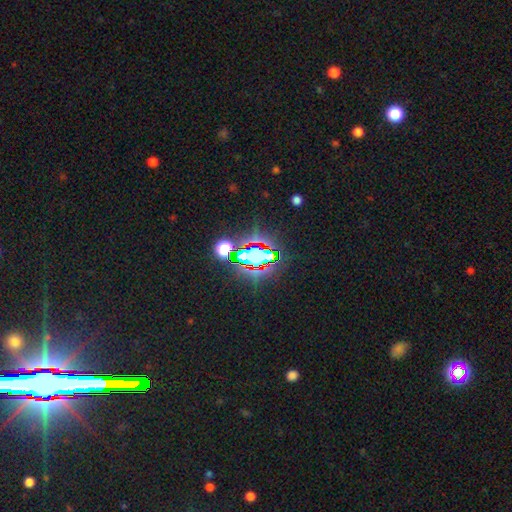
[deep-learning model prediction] A star or artifact, not a galaxy (69%).